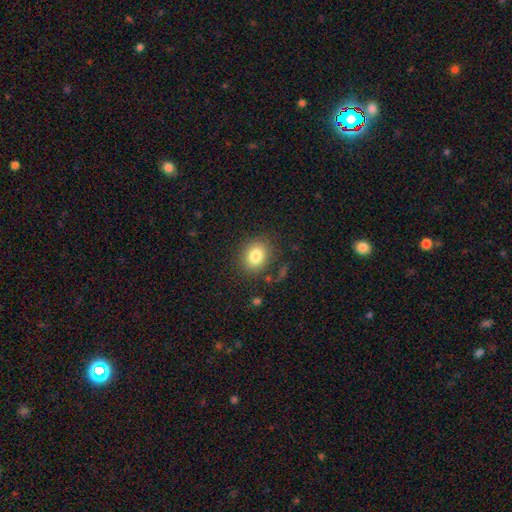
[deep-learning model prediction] This appears to be a smooth galaxy with no disk features (82%) that is round (52%). Merging: none (83%).